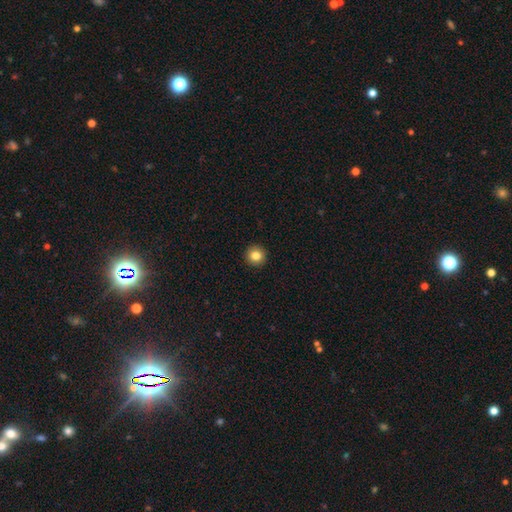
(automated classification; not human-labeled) Q: Smooth or featured?
A: smooth (84%); runner-up: star or artifact (10%)
Q: How rounded?
A: round (95%); runner-up: in between (4%)
Q: Merging?
A: none (94%); runner-up: minor disturbance (4%)